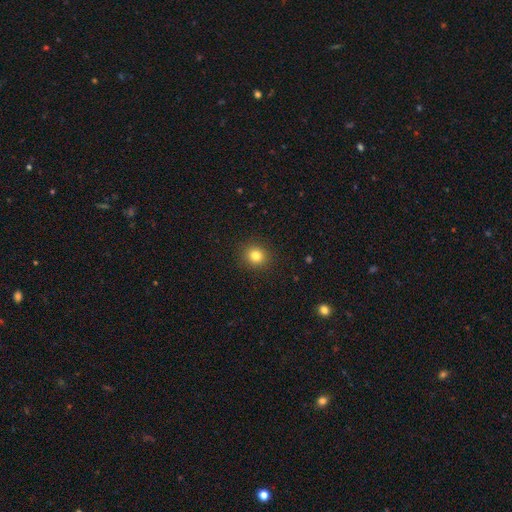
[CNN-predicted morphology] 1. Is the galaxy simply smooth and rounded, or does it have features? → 81% smooth, 13% star or artifact, 6% featured or disk.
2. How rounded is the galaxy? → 89% round, 10% in between, 1% cigar-shaped.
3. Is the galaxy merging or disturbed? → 92% none, 5% minor disturbance, 2% major disturbance, 1% merger.